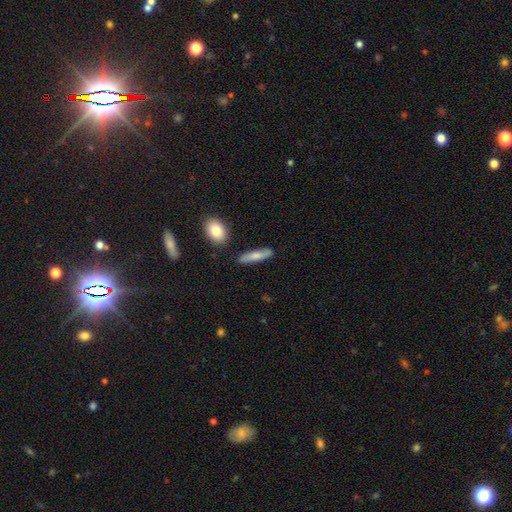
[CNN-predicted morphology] A smooth galaxy with no disk features (71%) that is cigar-shaped (75%).

Vote fractions:
- Smooth or featured? smooth: 71% / featured or disk: 23% / star or artifact: 6%
- How rounded? cigar-shaped: 75% / in between: 22% / round: 3%
- Merging? none: 82% / minor disturbance: 12% / merger: 4% / major disturbance: 2%